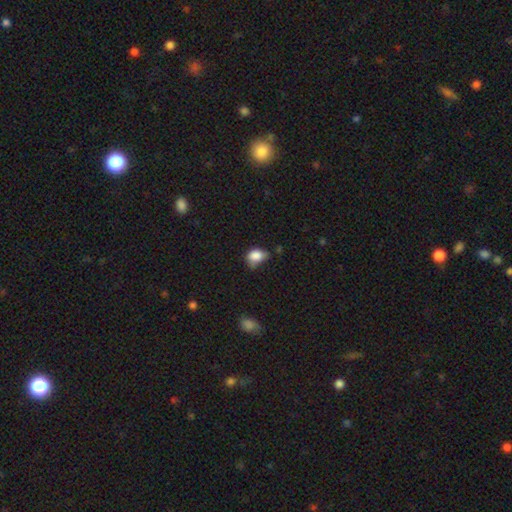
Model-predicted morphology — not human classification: smooth 84%, star or artifact 9%, featured or disk 7%. Down the decision tree: how rounded — in between (60%); merging — minor disturbance (45%).